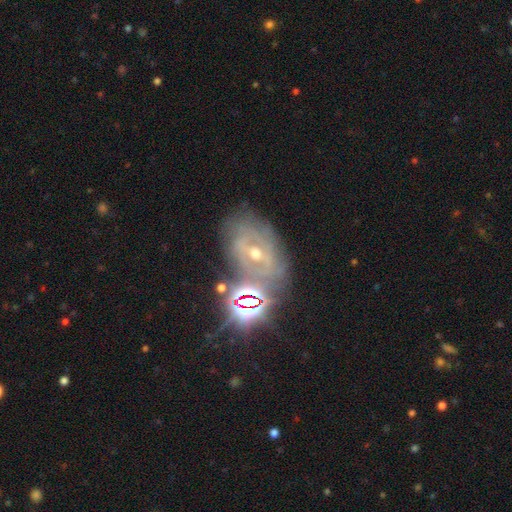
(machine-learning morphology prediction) Smooth or featured?
  - featured or disk: 58% *
  - star or artifact: 29%
  - smooth: 12%
Edge-on disk?
  - no: 94% *
  - yes: 6%
Bar?
  - weak: 41% *
  - no: 32%
  - strong: 27%
Spiral arms?
  - yes: 77% *
  - no: 23%
Bulge size?
  - small: 62% *
  - moderate: 34%
  - large: 2%
  - none: 1%
  - dominant: 1%
Merging?
  - none: 64% *
  - minor disturbance: 17%
  - merger: 10%
  - major disturbance: 9%